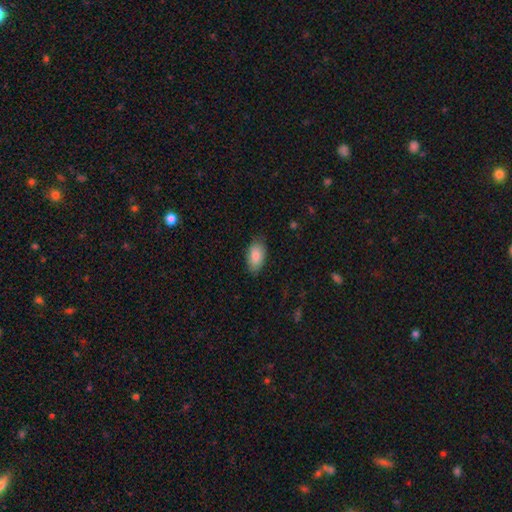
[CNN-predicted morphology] Overall: smooth (86%). How rounded: in between (93%). Merging: none (81%).